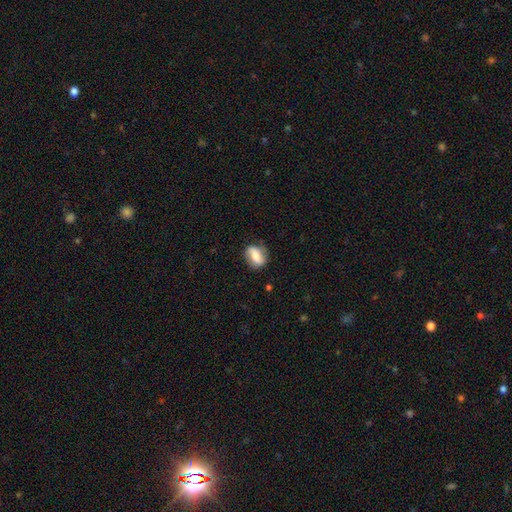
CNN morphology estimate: This appears to be a smooth galaxy with no disk features (48%). Merging: none (76%).